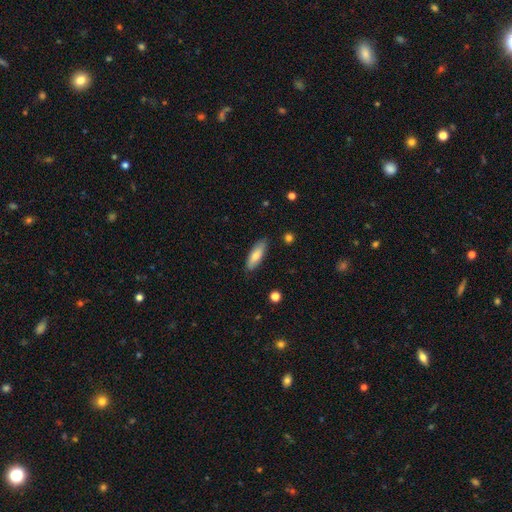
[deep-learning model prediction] smooth 77%, featured or disk 17%, star or artifact 6%. Down the decision tree: how rounded — in between (54%); merging — none (85%).